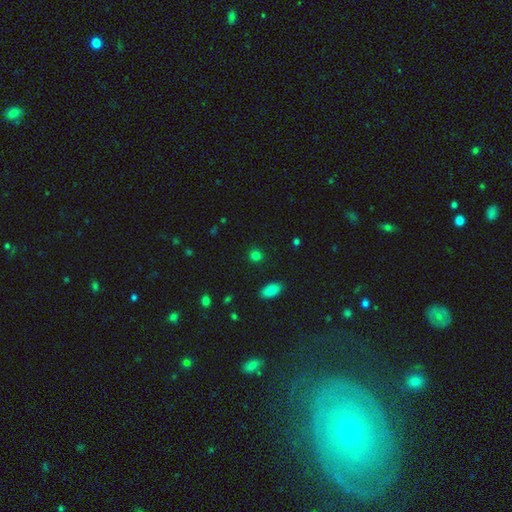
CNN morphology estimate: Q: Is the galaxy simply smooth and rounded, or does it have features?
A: smooth — 82%.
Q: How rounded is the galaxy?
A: round — 83%.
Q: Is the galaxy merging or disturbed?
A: none — 89%.